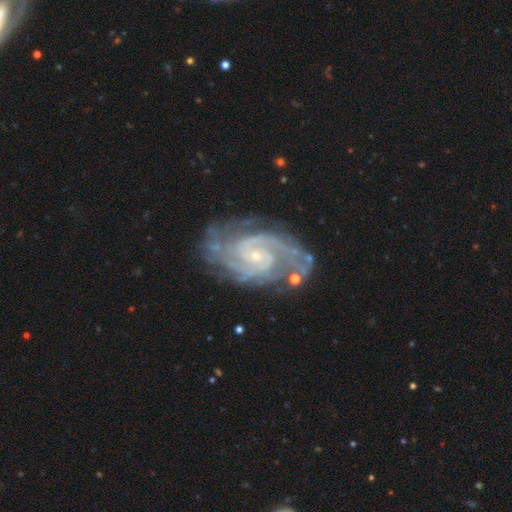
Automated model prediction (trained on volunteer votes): Morphology: type=featured or disk (92%); edge-on=no (98%); bar=no (61%); spiral arms=yes (98%); winding=tight (61%); arm count=2 (48%); bulge=small (85%); merging=none (71%).